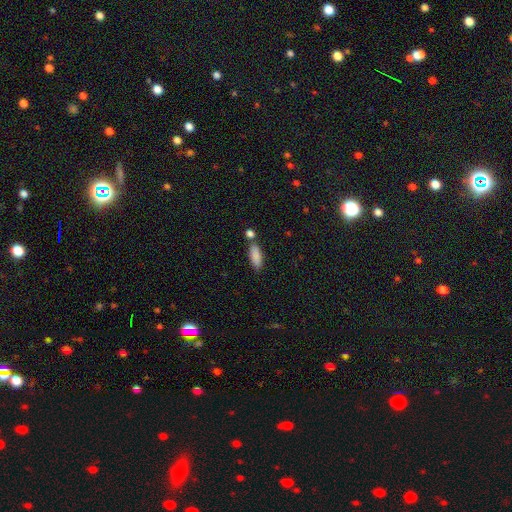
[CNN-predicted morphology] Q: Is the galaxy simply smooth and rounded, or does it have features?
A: smooth — 87%.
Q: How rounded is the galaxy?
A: in between — 71%.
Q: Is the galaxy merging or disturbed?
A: none — 70%.